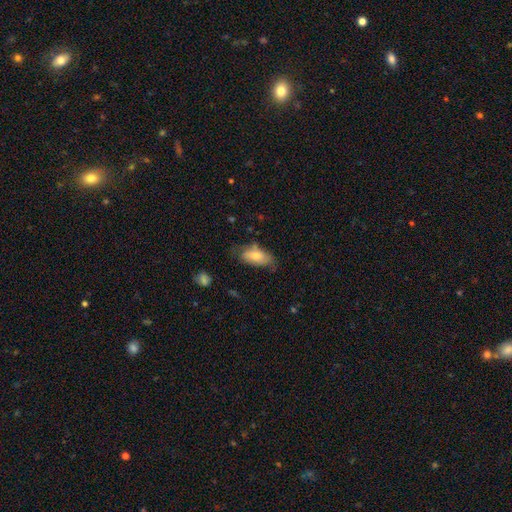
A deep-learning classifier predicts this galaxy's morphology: This is likely a smooth galaxy (74%). How rounded: clearly in between (89%). Merging: possibly none (58%).